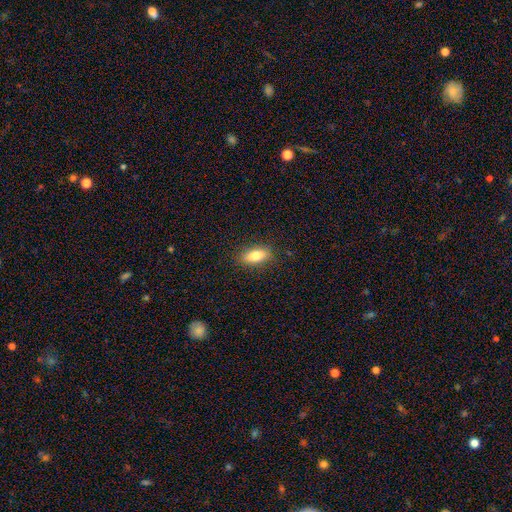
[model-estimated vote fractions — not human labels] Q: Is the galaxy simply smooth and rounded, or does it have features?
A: smooth — 80%.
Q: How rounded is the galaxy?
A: in between — 81%.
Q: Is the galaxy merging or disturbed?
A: none — 86%.